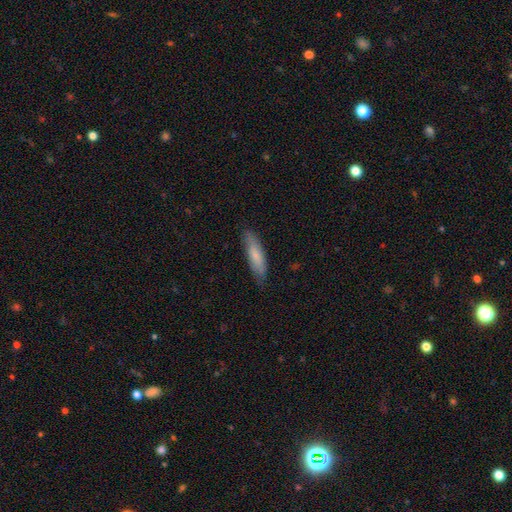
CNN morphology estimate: smooth-or-featured: smooth: 74% | featured or disk: 21% | star or artifact: 6%
  how-rounded: cigar-shaped: 70% | in between: 28% | round: 1%
  merging: none: 82% | minor disturbance: 15% | major disturbance: 3% | merger: 1%